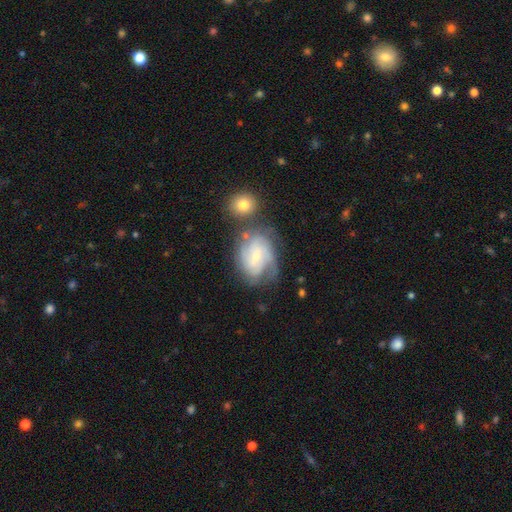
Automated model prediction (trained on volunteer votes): Smooth or featured: featured or disk — 70% (smooth — 22%)
Edge-on disk: no — 97% (yes — 3%)
Bar: weak — 47% (no — 43%)
Spiral arms: yes — 90% (no — 10%)
Spiral winding: tight — 47% (medium — 38%)
Spiral arm count: can't tell — 40% (2 — 24%)
Bulge size: small — 58% (moderate — 27%)
Merging: none — 55% (minor disturbance — 21%)